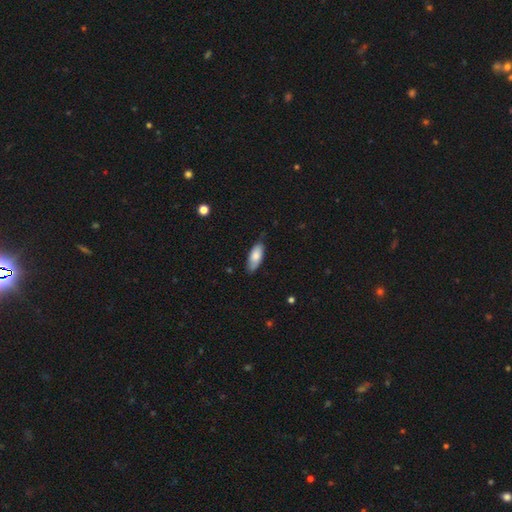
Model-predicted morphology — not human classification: The model was most divided on "merging": none: 77%, minor disturbance: 19%, major disturbance: 3%, merger: 1%. More confident: how rounded — in between (81%); smooth or featured — smooth (79%).